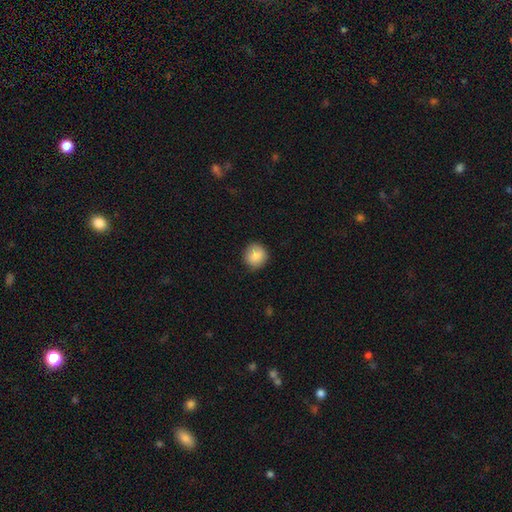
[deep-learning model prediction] This appears to be a smooth galaxy with no disk features (85%) that is round (92%). Merging: none (86%).